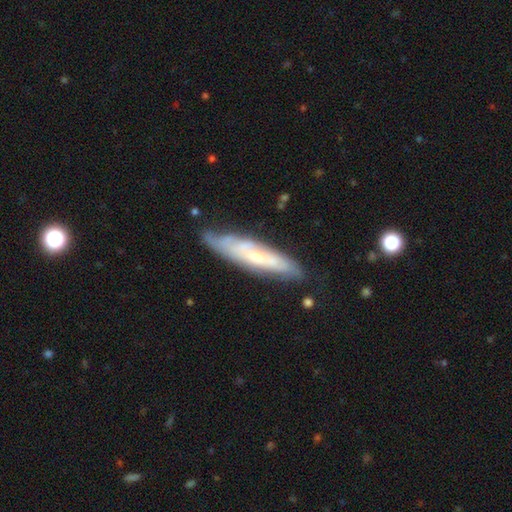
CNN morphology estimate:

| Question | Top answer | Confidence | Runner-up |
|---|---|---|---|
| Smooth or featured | featured or disk | 62% | smooth (31%) |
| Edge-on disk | no | 52% | yes (48%) |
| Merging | none | 69% | minor disturbance (22%) |